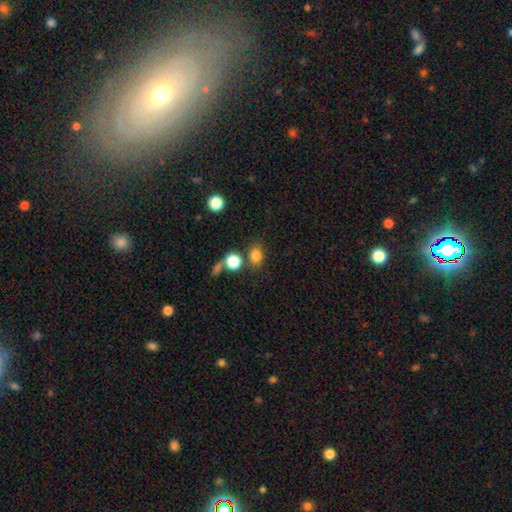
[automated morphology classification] The model was most divided on "how rounded": in between: 56%, round: 43%, cigar-shaped: 2%. More confident: smooth or featured — smooth (81%); merging — none (71%).